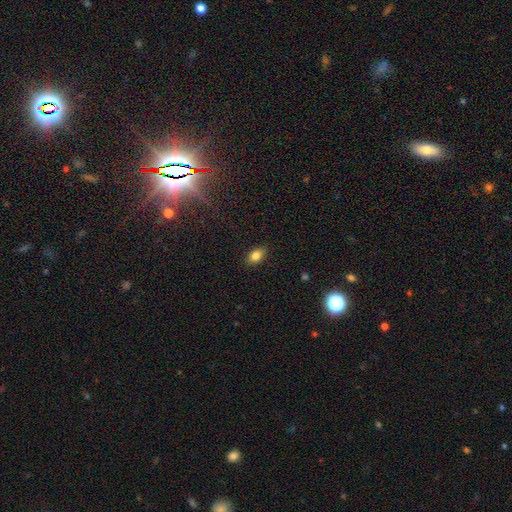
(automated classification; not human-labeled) Smooth or featured?
  - smooth: 82% *
  - star or artifact: 9%
  - featured or disk: 8%
How rounded?
  - in between: 86% *
  - round: 12%
  - cigar-shaped: 2%
Merging?
  - none: 88% *
  - minor disturbance: 9%
  - major disturbance: 2%
  - merger: 1%